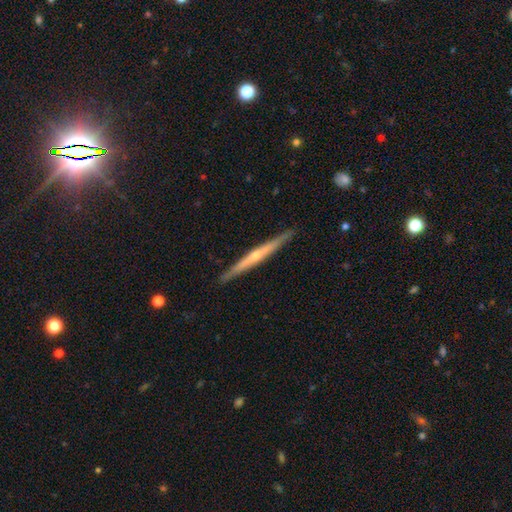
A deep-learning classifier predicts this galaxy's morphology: Overall: featured or disk (68%). Edge-on disk: yes (98%). Edge-on bulge: rounded (51%; none 44%). Merging: none (91%).